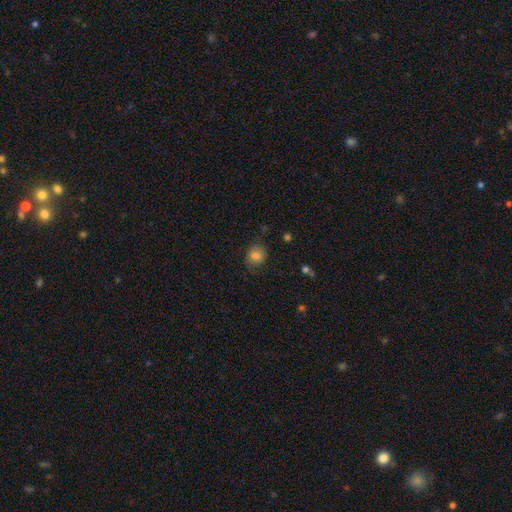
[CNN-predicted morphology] Smooth or featured? smooth (79%)
How rounded? round (64%)
Merging? none (75%)